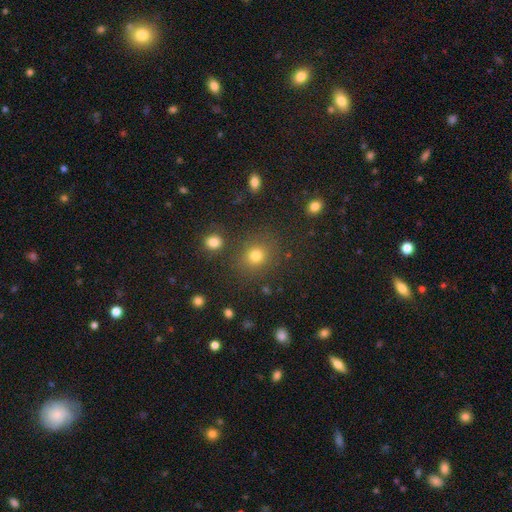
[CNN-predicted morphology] smooth 76%, star or artifact 17%, featured or disk 7%. Down the decision tree: how rounded — round (78%); merging — none (82%).